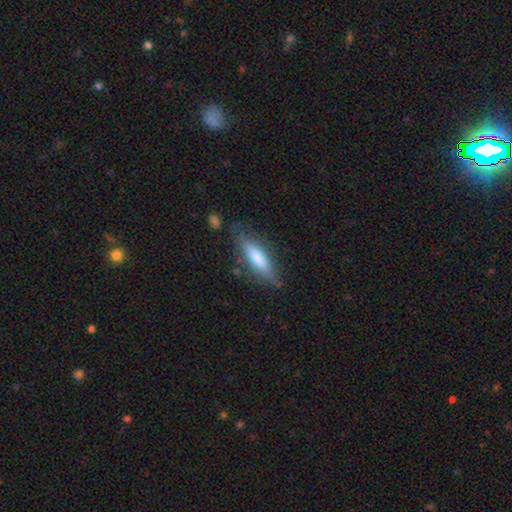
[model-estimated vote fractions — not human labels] Q: Smooth or featured?
A: smooth (51%); runner-up: featured or disk (41%)
Q: How rounded?
A: cigar-shaped (72%); runner-up: in between (26%)
Q: Merging?
A: none (79%); runner-up: minor disturbance (15%)